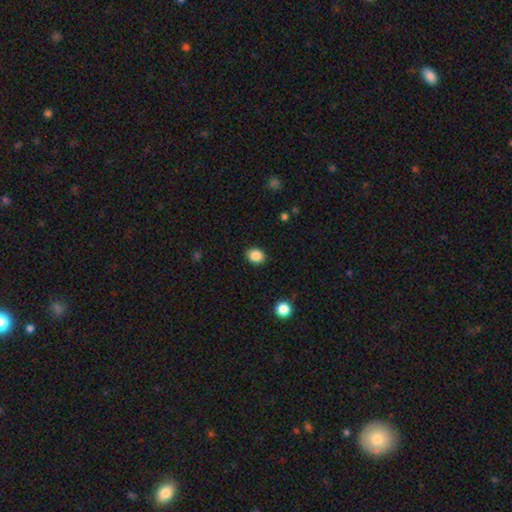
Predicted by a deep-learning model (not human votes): Smooth or featured?
  - smooth: 86% *
  - star or artifact: 10%
  - featured or disk: 4%
How rounded?
  - round: 56% *
  - in between: 43%
  - cigar-shaped: 1%
Merging?
  - none: 90% *
  - minor disturbance: 7%
  - major disturbance: 2%
  - merger: 1%